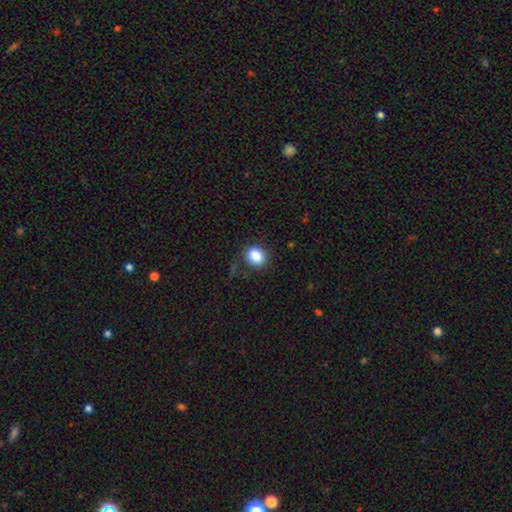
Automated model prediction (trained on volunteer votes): smooth_or_featured: smooth (p=0.86) [alt: star or artifact p=0.09]
how_rounded: round (p=0.57) [alt: in between p=0.42]
merging: none (p=0.82) [alt: minor disturbance p=0.13]